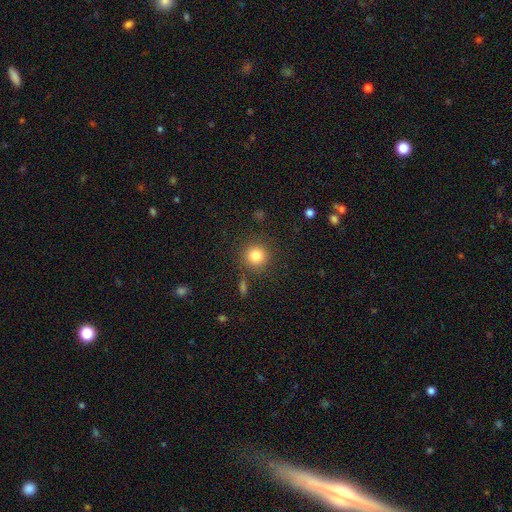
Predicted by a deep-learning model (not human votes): Morphology: type=smooth (84%); roundness=round (93%); merging=none (86%).